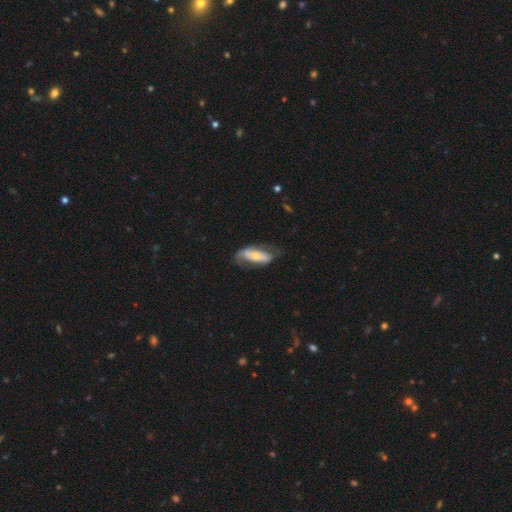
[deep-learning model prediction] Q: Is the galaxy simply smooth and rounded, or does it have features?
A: featured or disk — 58%.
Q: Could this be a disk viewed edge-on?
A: no — 86%.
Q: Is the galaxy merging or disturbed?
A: none — 52%.